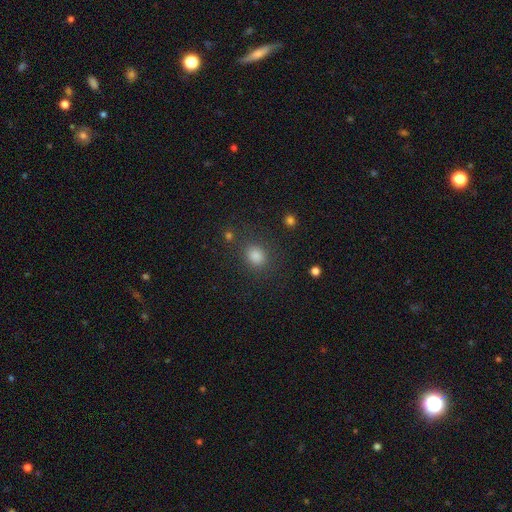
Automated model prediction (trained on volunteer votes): The model was most divided on "how rounded": round: 66%, in between: 33%, cigar-shaped: 1%. More confident: merging — none (82%); smooth or featured — smooth (79%).